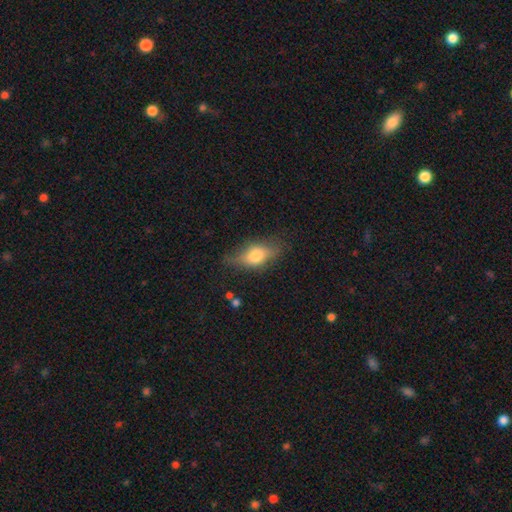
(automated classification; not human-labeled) smooth 62%, featured or disk 30%, star or artifact 8%. Down the decision tree: how rounded — in between (79%); merging — none (64%).